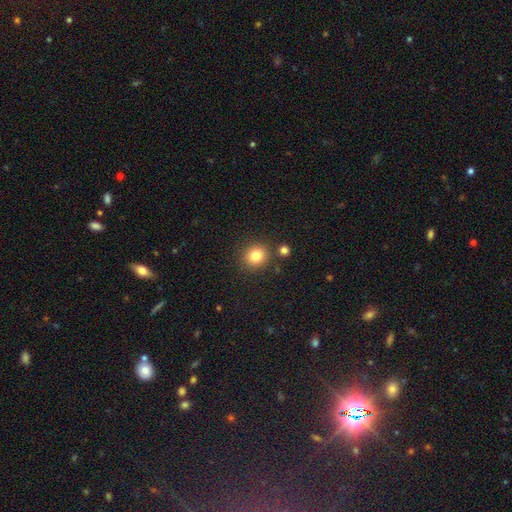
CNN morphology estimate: Smooth or featured? Predicted: smooth (p=0.82). How rounded? Predicted: round (p=0.86). Merging? Predicted: none (p=0.84).